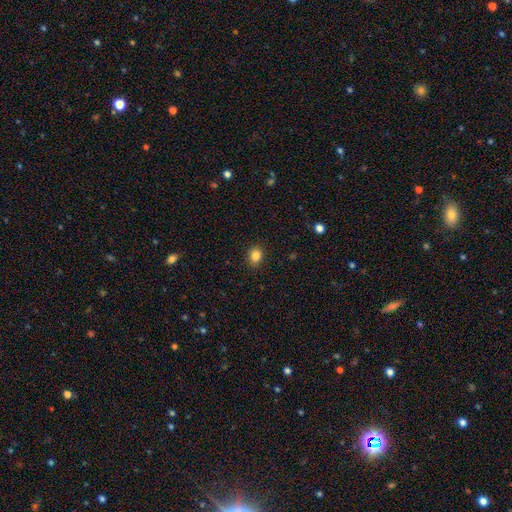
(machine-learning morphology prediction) Smooth or featured? smooth (84%)
How rounded? round (57%)
Merging? none (89%)